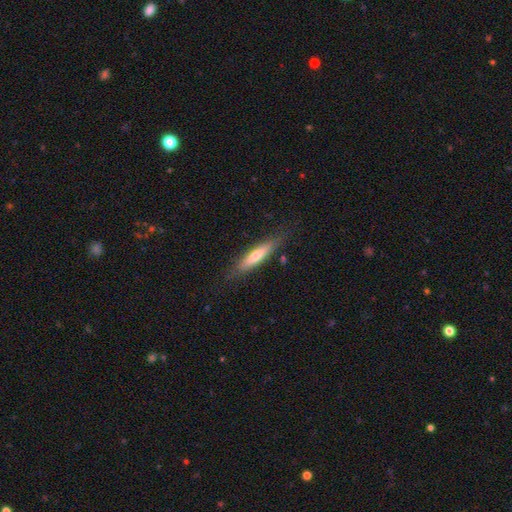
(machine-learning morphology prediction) smooth-or-featured: smooth: 58% | featured or disk: 36% | star or artifact: 6%
  how-rounded: cigar-shaped: 87% | in between: 12% | round: 1%
  merging: none: 82% | minor disturbance: 14% | major disturbance: 3% | merger: 1%